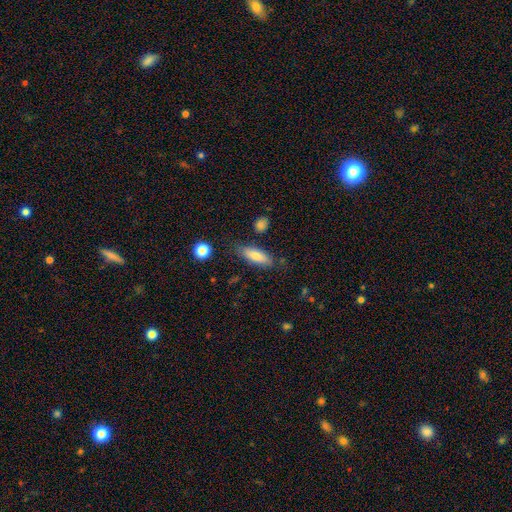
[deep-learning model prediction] smooth-or-featured: smooth: 75% | featured or disk: 17% | star or artifact: 7%
  how-rounded: in between: 55% | cigar-shaped: 43% | round: 3%
  merging: none: 79% | minor disturbance: 14% | major disturbance: 3% | merger: 3%